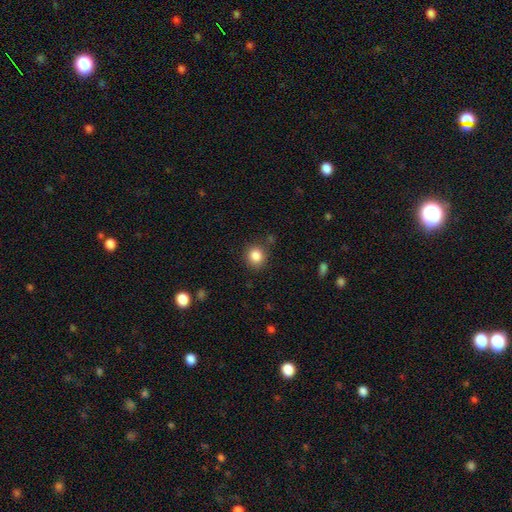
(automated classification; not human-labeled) Smooth or featured?
  - smooth: 85% *
  - star or artifact: 10%
  - featured or disk: 4%
How rounded?
  - round: 80% *
  - in between: 19%
  - cigar-shaped: 1%
Merging?
  - none: 84% *
  - minor disturbance: 10%
  - major disturbance: 3%
  - merger: 3%